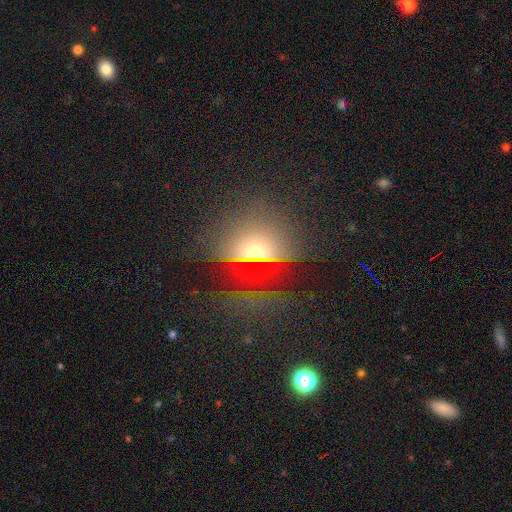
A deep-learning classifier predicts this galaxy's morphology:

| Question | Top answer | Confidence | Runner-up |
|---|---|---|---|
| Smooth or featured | smooth | 40% | featured or disk (34%) |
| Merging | none | 59% | major disturbance (19%) |